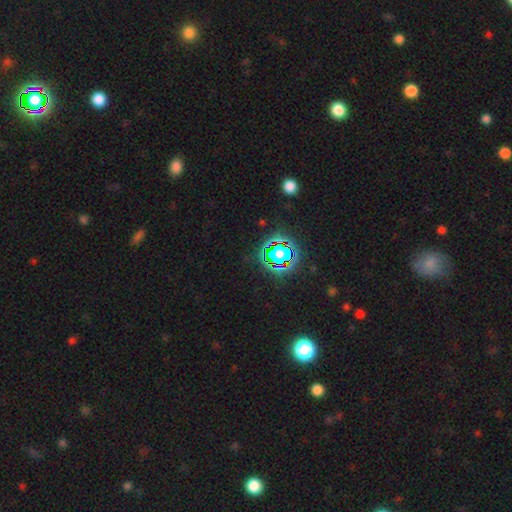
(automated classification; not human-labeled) This appears to be a star or artifact, not a galaxy (75%).